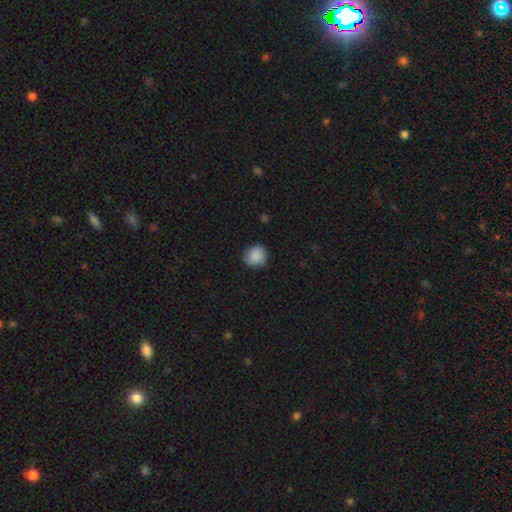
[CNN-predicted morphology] This appears to be a smooth galaxy with no disk features (88%) that is round (88%). Merging: none (85%).